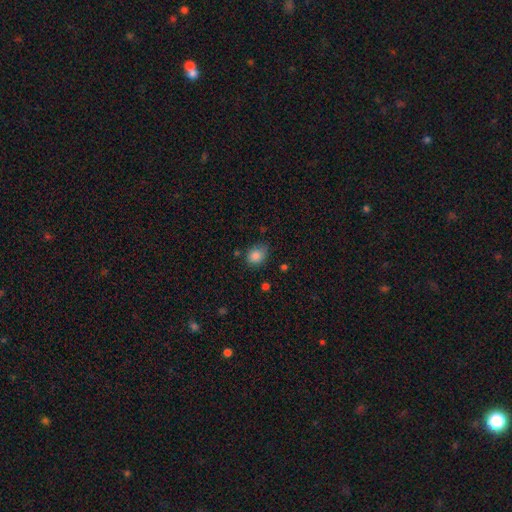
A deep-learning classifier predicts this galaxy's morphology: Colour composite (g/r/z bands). It shows a smooth galaxy with no disk features (85%) that is in between round and cigar-shaped (51%). Merging: none (66%).